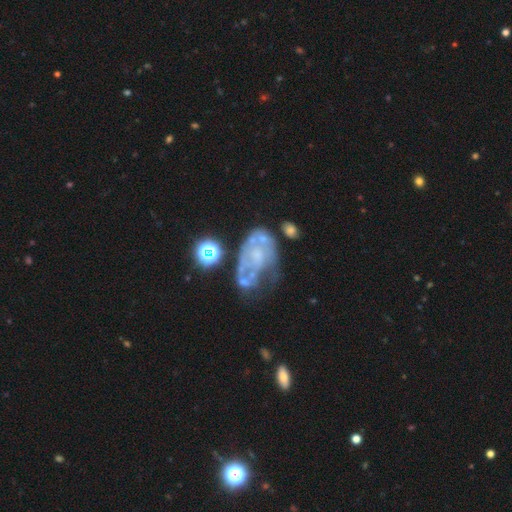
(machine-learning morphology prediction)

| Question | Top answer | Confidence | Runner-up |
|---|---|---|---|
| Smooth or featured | featured or disk | 67% | smooth (20%) |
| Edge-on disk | no | 97% | yes (3%) |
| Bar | no | 84% | weak (13%) |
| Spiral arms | no | 67% | yes (33%) |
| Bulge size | none | 43% | small (34%) |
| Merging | major disturbance | 30% | none (29%) |